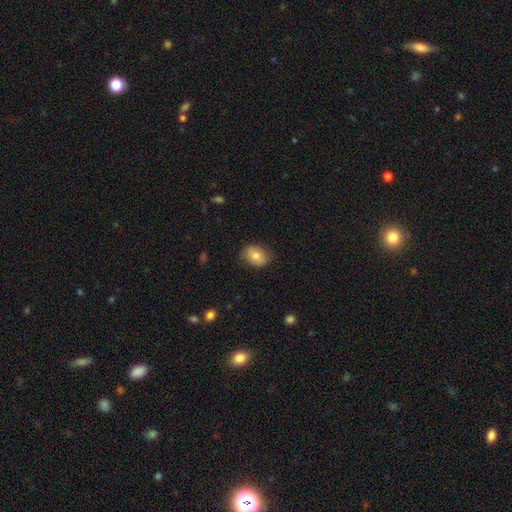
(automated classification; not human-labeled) The model was most divided on "how rounded": in between: 66%, round: 33%, cigar-shaped: 1%. More confident: smooth or featured — smooth (80%); merging — none (80%).